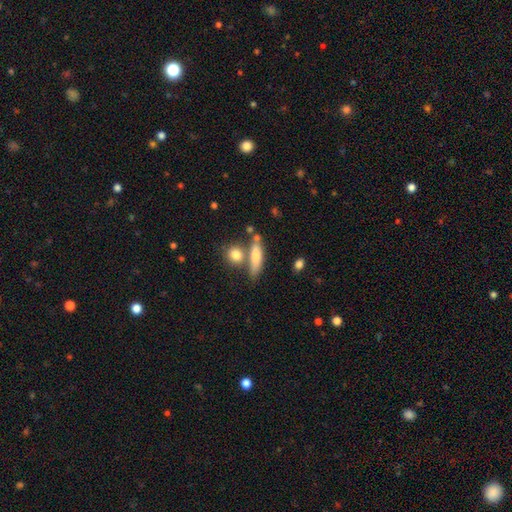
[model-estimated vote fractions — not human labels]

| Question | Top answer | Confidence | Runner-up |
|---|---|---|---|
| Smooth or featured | smooth | 74% | featured or disk (19%) |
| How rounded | cigar-shaped | 55% | in between (39%) |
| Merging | none | 58% | merger (22%) |